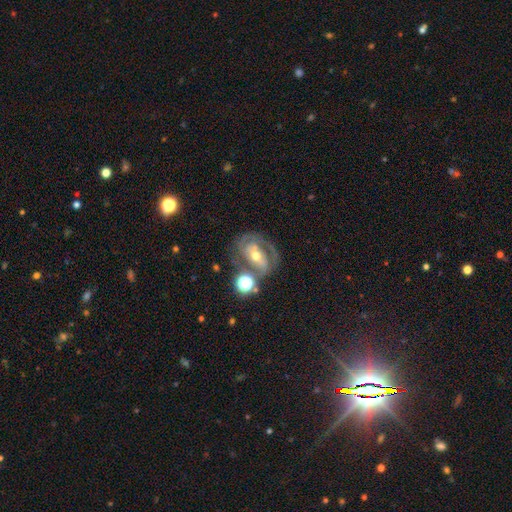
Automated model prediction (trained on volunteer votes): Smooth or featured? Predicted: featured or disk (p=0.78). Edge-on disk? Predicted: no (p=0.96). Bar? Predicted: no (p=0.39). Spiral arms? Predicted: yes (p=0.86). Spiral winding? Predicted: tight (p=0.48). Spiral arm count? Predicted: 2 (p=0.61). Bulge size? Predicted: moderate (p=0.63). Merging? Predicted: none (p=0.58).